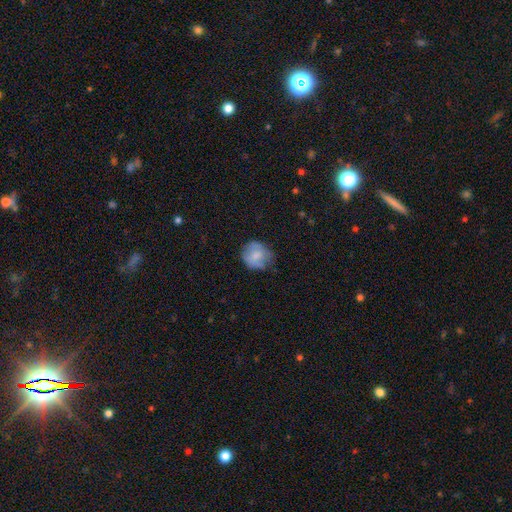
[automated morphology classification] smooth_or_featured: smooth (p=0.70) [alt: featured or disk p=0.22]
how_rounded: round (p=0.80) [alt: in between p=0.19]
merging: none (p=0.64) [alt: minor disturbance p=0.26]